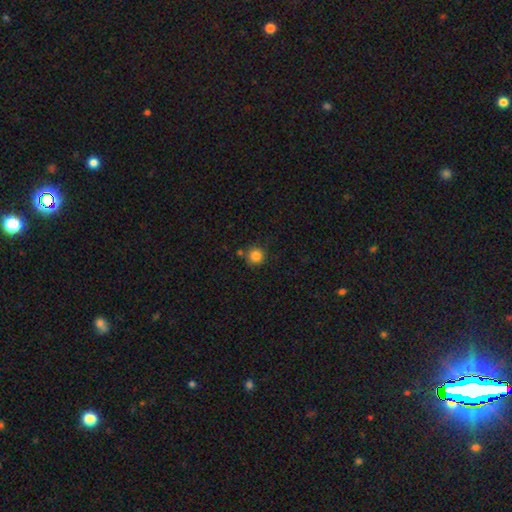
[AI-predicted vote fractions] Smooth or featured: smooth — 85% (star or artifact — 11%)
How rounded: round — 94% (in between — 5%)
Merging: none — 80% (minor disturbance — 11%)